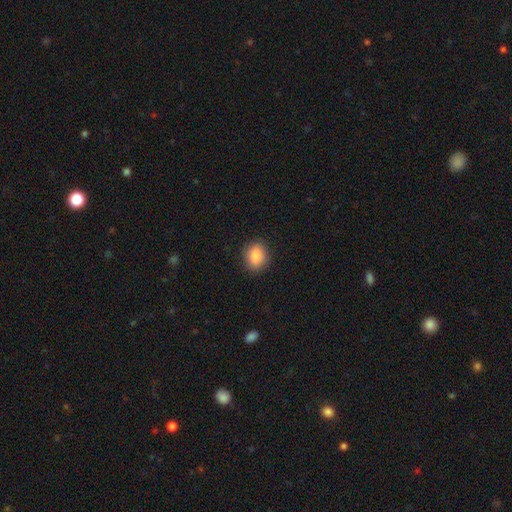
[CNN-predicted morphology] smooth 87%, star or artifact 9%, featured or disk 4%. Down the decision tree: how rounded — round (53%); merging — none (89%).